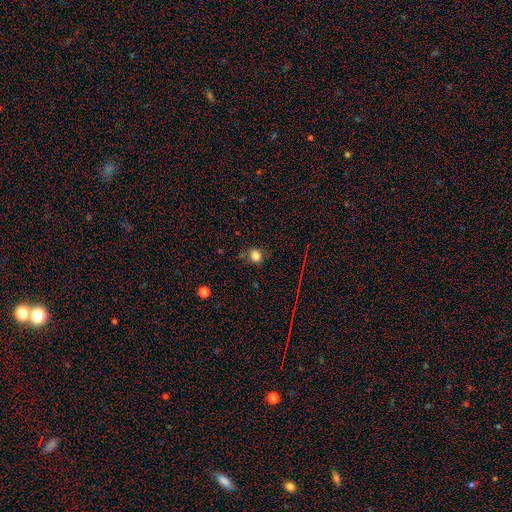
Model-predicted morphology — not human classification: A smooth galaxy with no disk features (79%) that is round (73%). Merging: none (78%).